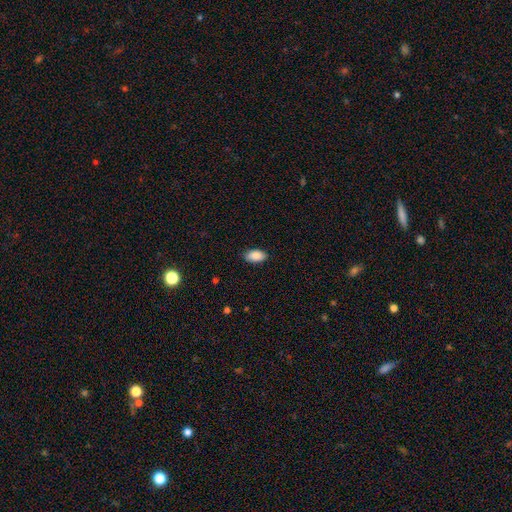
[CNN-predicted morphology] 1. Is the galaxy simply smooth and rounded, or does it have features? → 89% smooth, 7% star or artifact, 5% featured or disk.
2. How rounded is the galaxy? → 94% in between, 4% round, 2% cigar-shaped.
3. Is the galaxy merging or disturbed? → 87% none, 10% minor disturbance, 2% major disturbance, 1% merger.